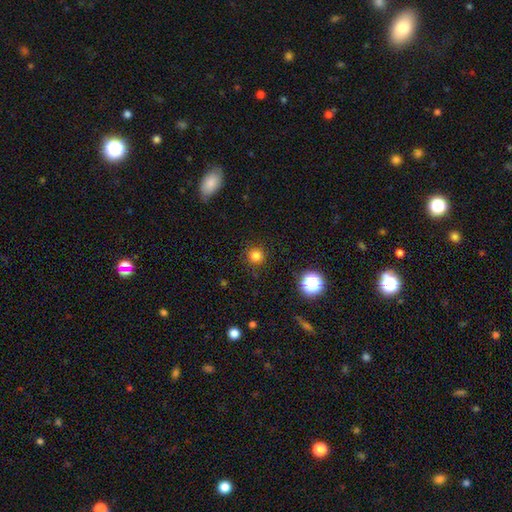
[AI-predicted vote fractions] This appears to be a smooth galaxy with no disk features (80%) that is round (95%). Merging: none (89%).